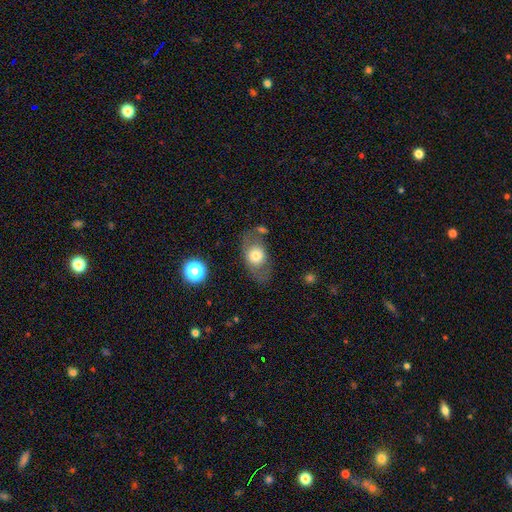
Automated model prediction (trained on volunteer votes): smooth-or-featured: smooth: 62% | featured or disk: 30% | star or artifact: 8%
  how-rounded: in between: 66% | round: 32% | cigar-shaped: 2%
  merging: none: 64% | minor disturbance: 19% | major disturbance: 12% | merger: 5%